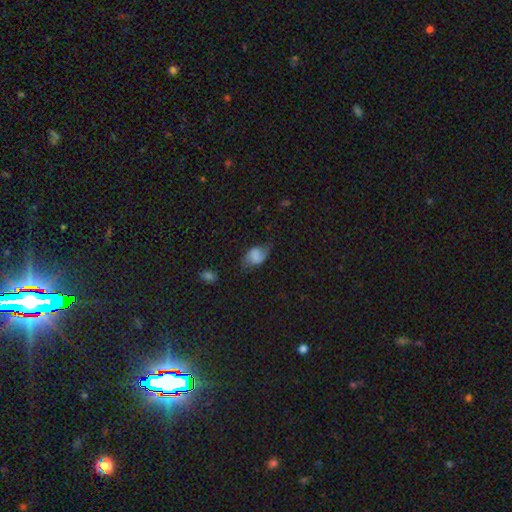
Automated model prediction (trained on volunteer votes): Smooth or featured: smooth — 49% (featured or disk — 39%)
Merging: none — 58% (minor disturbance — 26%)